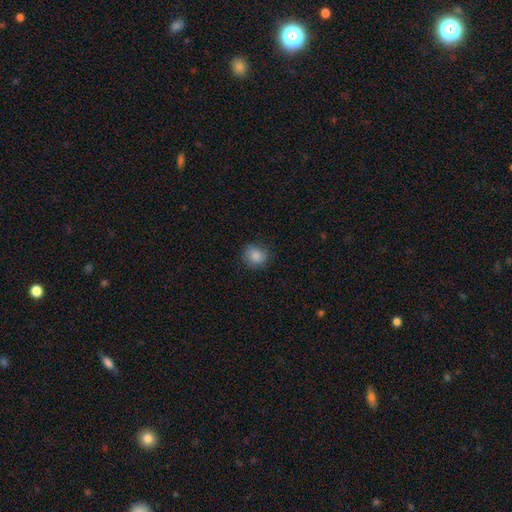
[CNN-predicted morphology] Smooth or featured: smooth — 86% (star or artifact — 9%)
How rounded: round — 80% (in between — 19%)
Merging: none — 80% (minor disturbance — 15%)